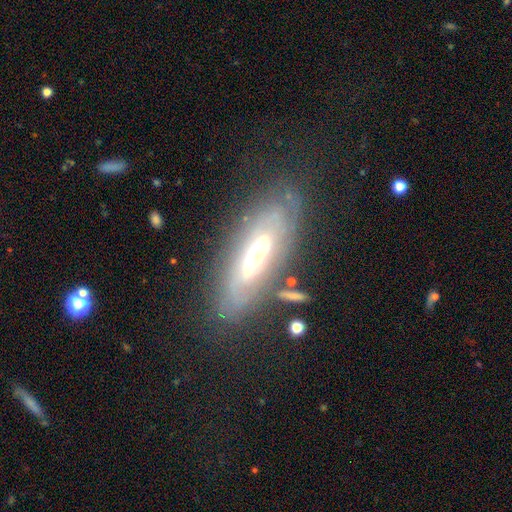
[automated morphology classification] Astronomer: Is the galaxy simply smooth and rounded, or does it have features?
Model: featured or disk — 72%.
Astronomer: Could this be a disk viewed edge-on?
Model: no — 70%.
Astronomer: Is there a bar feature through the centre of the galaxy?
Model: no — 43% (runner-up: weak, 32%).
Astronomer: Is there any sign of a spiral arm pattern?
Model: yes — 66%.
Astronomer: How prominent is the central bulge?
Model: moderate — 46% (runner-up: small, 29%).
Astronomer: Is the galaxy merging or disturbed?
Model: none — 71%.